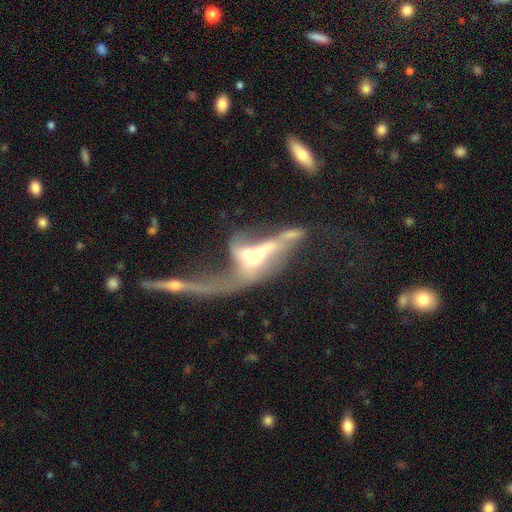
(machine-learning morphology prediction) This is likely a featured or disk galaxy (69%). It is clearly not viewed edge-on (83%). Bar: possibly no (54%). Spiral arm pattern: possibly yes (53%). Central bulge: possibly moderate (50%). Merging: possibly merger (56%).